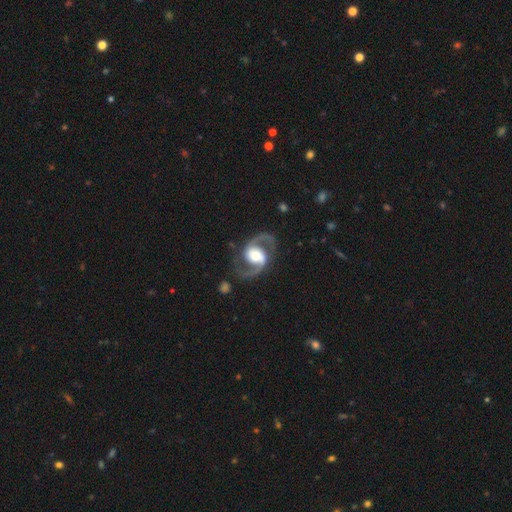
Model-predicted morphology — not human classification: Q: Smooth or featured?
A: featured or disk (91%); runner-up: smooth (5%)
Q: Edge-on disk?
A: no (98%); runner-up: yes (2%)
Q: Bar?
A: no (42%); runner-up: weak (32%)
Q: Spiral arms?
A: yes (97%); runner-up: no (3%)
Q: Spiral winding?
A: medium (57%); runner-up: loose (33%)
Q: Spiral arm count?
A: 2 (95%); runner-up: 1 (1%)
Q: Bulge size?
A: moderate (58%); runner-up: large (27%)
Q: Merging?
A: none (82%); runner-up: minor disturbance (10%)